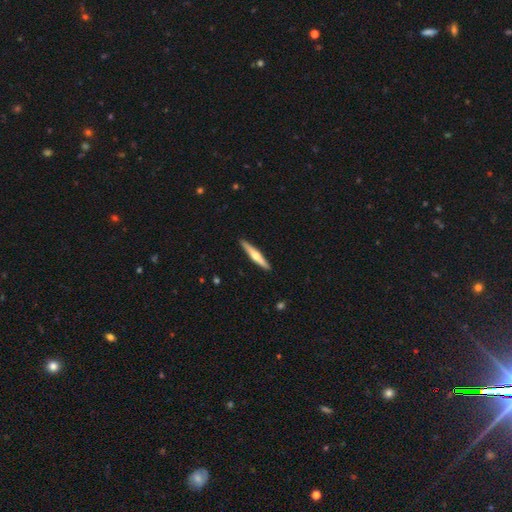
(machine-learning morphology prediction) smooth-or-featured: featured or disk: 59% | smooth: 37% | star or artifact: 5%
  disk-edge-on: yes: 97% | no: 3%
    edge-on-bulge: rounded: 90% | none: 6% | boxy: 3%
  merging: none: 92% | minor disturbance: 6% | major disturbance: 1% | merger: 1%